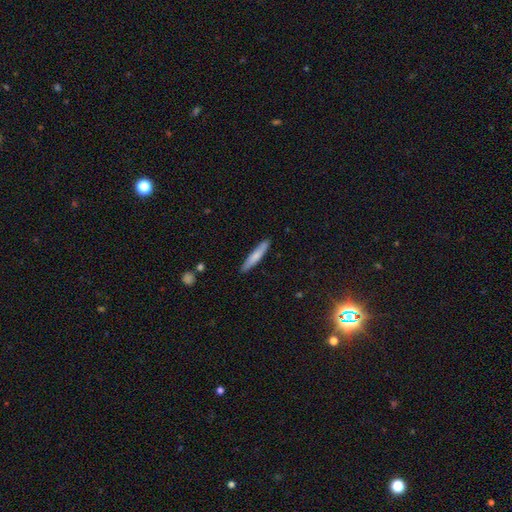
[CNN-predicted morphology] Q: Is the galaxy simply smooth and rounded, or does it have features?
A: smooth — 71%.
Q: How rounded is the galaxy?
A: cigar-shaped — 92%.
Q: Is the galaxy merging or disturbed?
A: none — 88%.